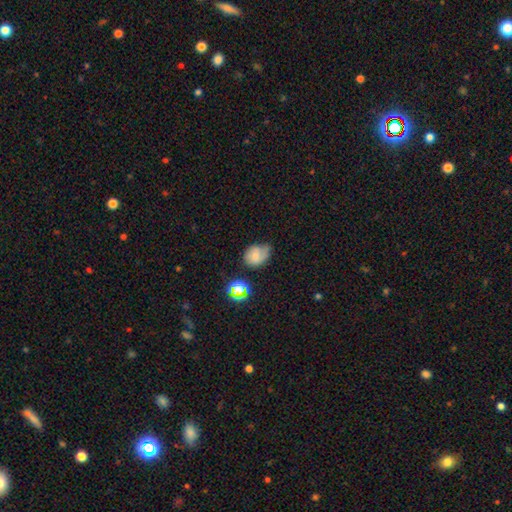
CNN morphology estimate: The model was most divided on "merging": none: 42%, minor disturbance: 40%, major disturbance: 14%, merger: 4%. More confident: smooth or featured — smooth (61%); how rounded — in between (55%).